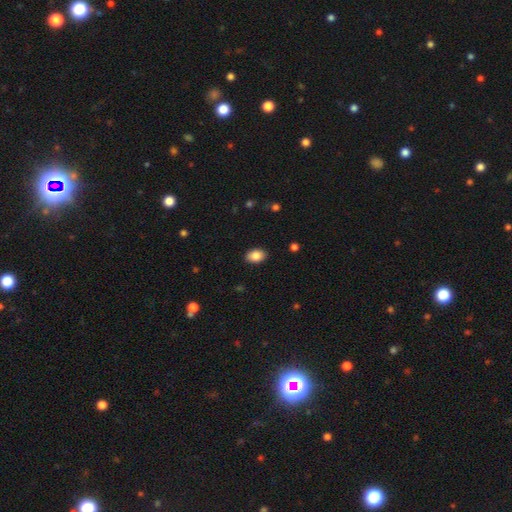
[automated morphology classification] Q: Smooth or featured?
A: smooth (87%); runner-up: star or artifact (7%)
Q: How rounded?
A: in between (84%); runner-up: round (15%)
Q: Merging?
A: none (88%); runner-up: minor disturbance (9%)